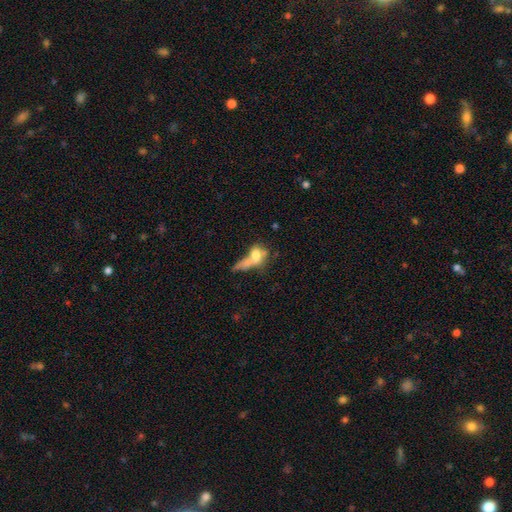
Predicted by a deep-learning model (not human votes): Smooth or featured: smooth — 57% (featured or disk — 31%)
How rounded: in between — 60% (round — 27%)
Merging: merger — 46% (major disturbance — 25%)